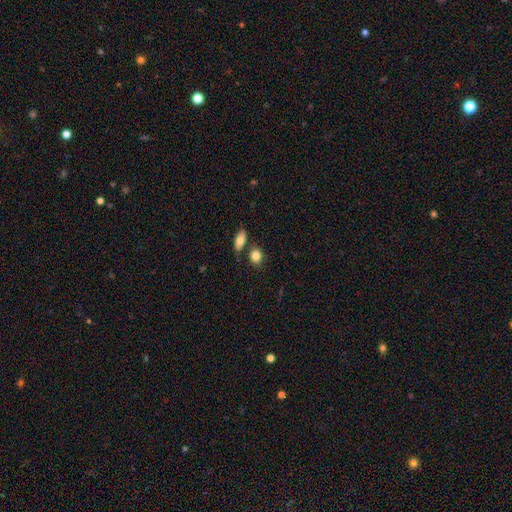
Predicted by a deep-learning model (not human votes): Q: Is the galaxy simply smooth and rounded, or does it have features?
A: smooth — 83%.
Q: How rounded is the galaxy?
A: in between — 50%.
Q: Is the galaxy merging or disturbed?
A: none — 68%.